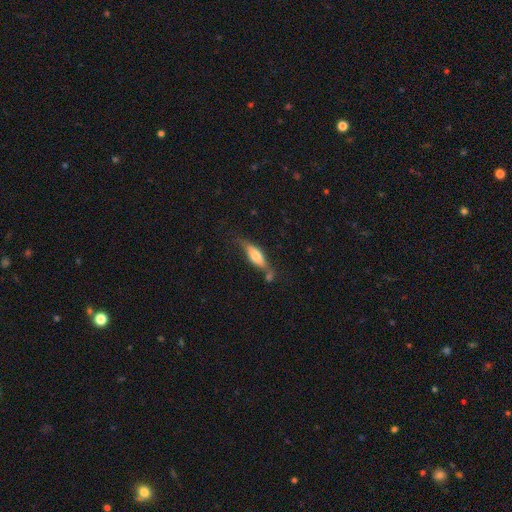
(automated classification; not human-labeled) Q: Smooth or featured?
A: smooth (57%); runner-up: featured or disk (36%)
Q: How rounded?
A: cigar-shaped (49%); tied with: in between (49%)
Q: Merging?
A: none (54%); runner-up: minor disturbance (23%)